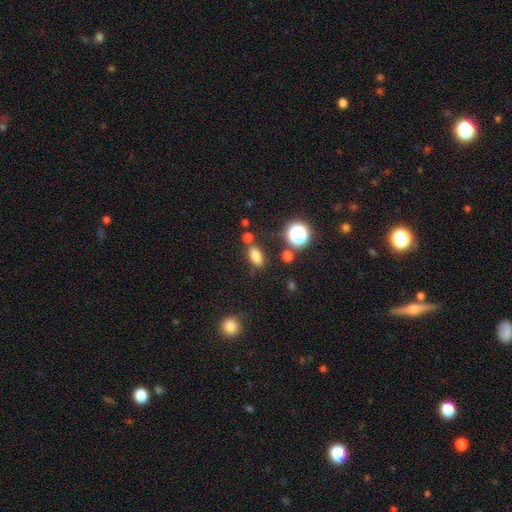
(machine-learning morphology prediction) This appears to be a smooth galaxy with no disk features (75%) that is in between round and cigar-shaped (76%). Merging: none (74%).